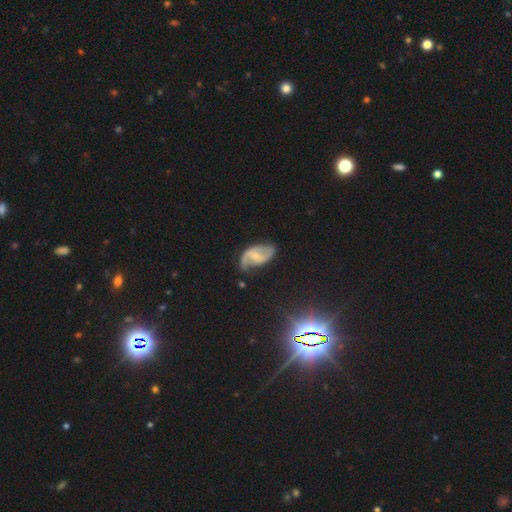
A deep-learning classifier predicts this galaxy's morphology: Overall: featured or disk (75%). Edge-on disk: no (96%). Bar: weak (47%; no 38%). Spiral arms: yes (91%). Spiral arm count: 2 (80%). Spiral winding: medium (43%; loose 41%). Bulge size: small (55%; moderate 32%). Merging: none (58%; minor disturbance 27%).